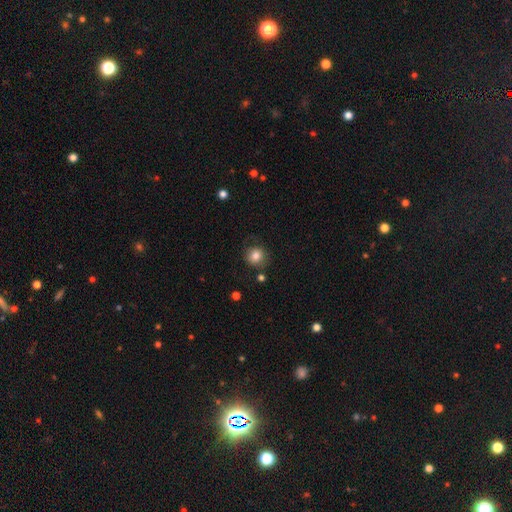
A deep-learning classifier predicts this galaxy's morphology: Smooth or featured? smooth (82%)
How rounded? round (88%)
Merging? none (78%)